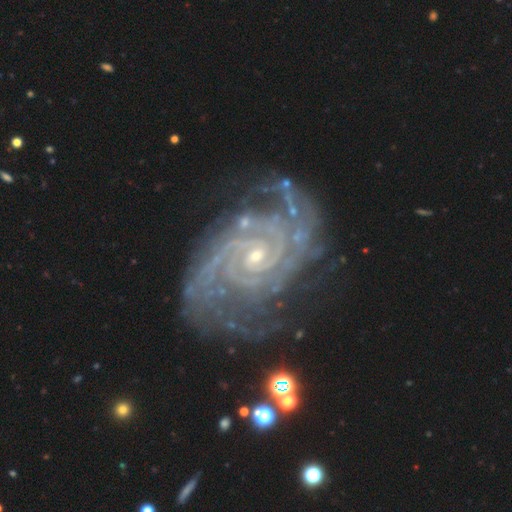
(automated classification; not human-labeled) This appears to be a featured or disk galaxy (92%) with no bar (65%), 2 (35%) tight (65%) spiral arms (99%) and a small central bulge (79%). Merging: none (70%).